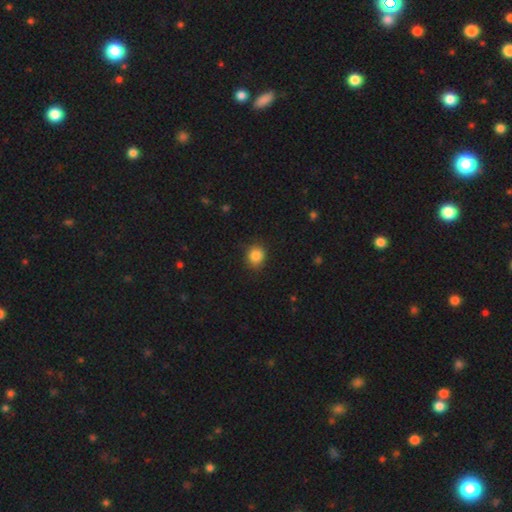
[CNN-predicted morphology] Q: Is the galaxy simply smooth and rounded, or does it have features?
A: smooth — 85%.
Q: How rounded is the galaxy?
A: round — 77%.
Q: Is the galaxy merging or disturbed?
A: none — 85%.